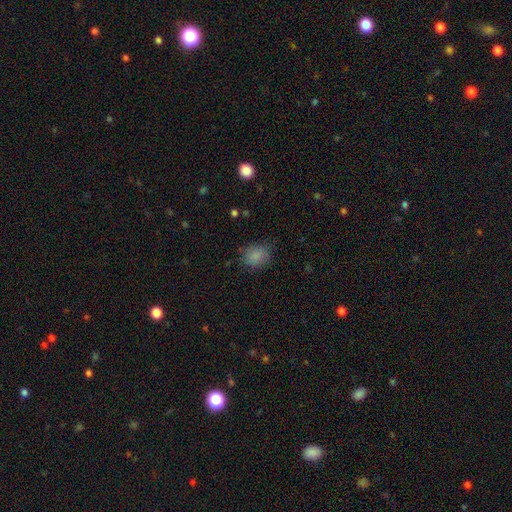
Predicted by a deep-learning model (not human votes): Q: Smooth or featured?
A: smooth (83%); runner-up: star or artifact (10%)
Q: How rounded?
A: round (63%); runner-up: in between (36%)
Q: Merging?
A: none (76%); runner-up: minor disturbance (18%)